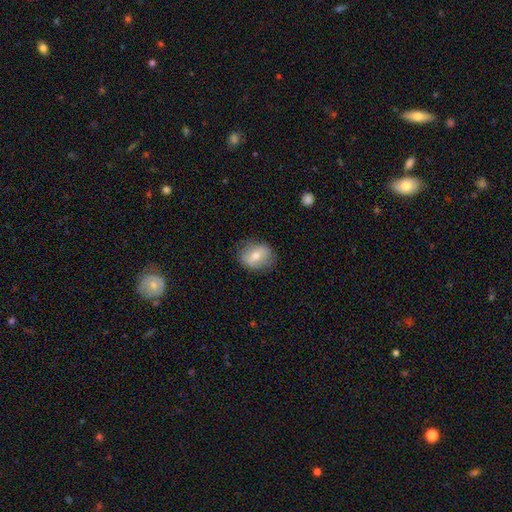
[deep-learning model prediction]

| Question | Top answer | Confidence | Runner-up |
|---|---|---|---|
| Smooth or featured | smooth | 60% | featured or disk (32%) |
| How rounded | in between | 54% | round (45%) |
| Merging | none | 79% | minor disturbance (15%) |